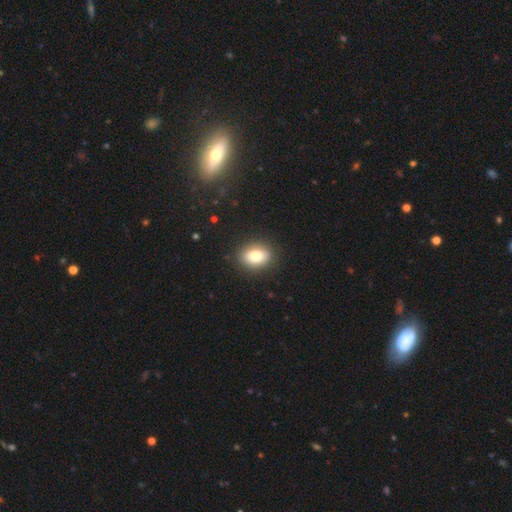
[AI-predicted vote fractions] The model was most divided on "how rounded": in between: 71%, round: 28%, cigar-shaped: 2%. More confident: merging — none (88%); smooth or featured — smooth (79%).